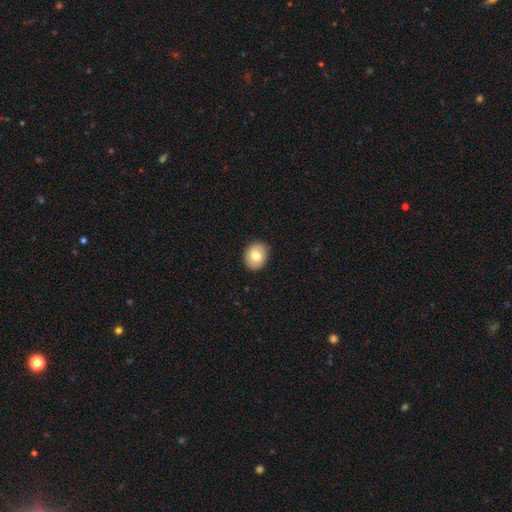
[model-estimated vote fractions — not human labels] Smooth or featured?
  - smooth: 78% *
  - featured or disk: 14%
  - star or artifact: 8%
How rounded?
  - round: 54% *
  - in between: 45%
  - cigar-shaped: 1%
Merging?
  - none: 88% *
  - minor disturbance: 9%
  - major disturbance: 2%
  - merger: 1%